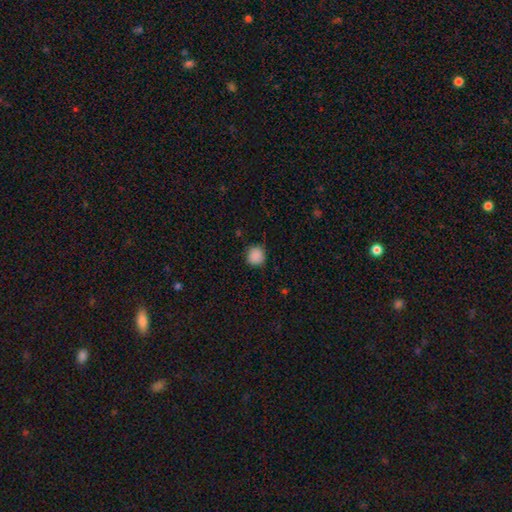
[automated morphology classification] smooth 87%, star or artifact 9%, featured or disk 3%. Down the decision tree: how rounded — round (89%); merging — none (80%).